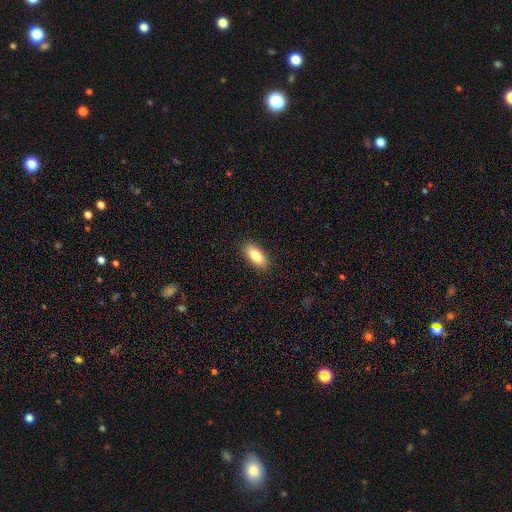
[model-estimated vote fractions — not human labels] smooth_or_featured: smooth (p=0.84) [alt: featured or disk p=0.10]
how_rounded: in between (p=0.86) [alt: cigar-shaped p=0.12]
merging: none (p=0.89) [alt: minor disturbance p=0.08]